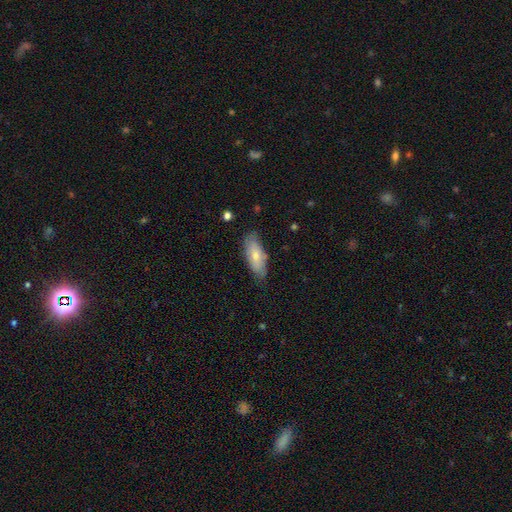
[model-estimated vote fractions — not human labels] Overall: smooth (64%; featured or disk 30%). How rounded: in between (81%). Merging: none (73%).